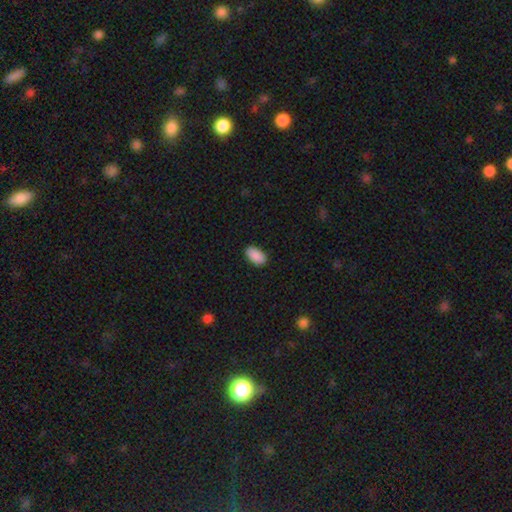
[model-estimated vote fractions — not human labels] Overall: smooth (91%). How rounded: in between (94%). Merging: none (88%).